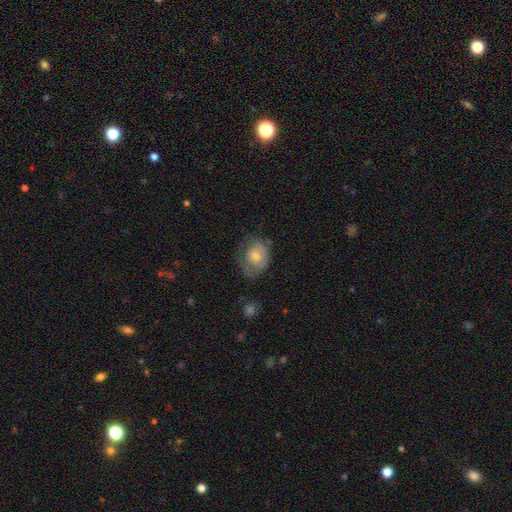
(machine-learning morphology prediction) type=smooth (49%); merging=none (56%).